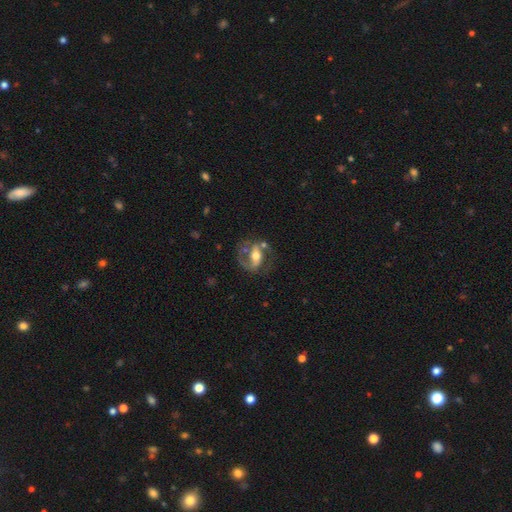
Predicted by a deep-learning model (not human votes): Smooth or featured? Predicted: featured or disk (p=0.74). Edge-on disk? Predicted: no (p=0.93). Bar? Predicted: strong (p=0.44). Spiral arms? Predicted: yes (p=0.78). Spiral winding? Predicted: medium (p=0.50). Spiral arm count? Predicted: 2 (p=0.73). Bulge size? Predicted: moderate (p=0.67). Merging? Predicted: none (p=0.55).